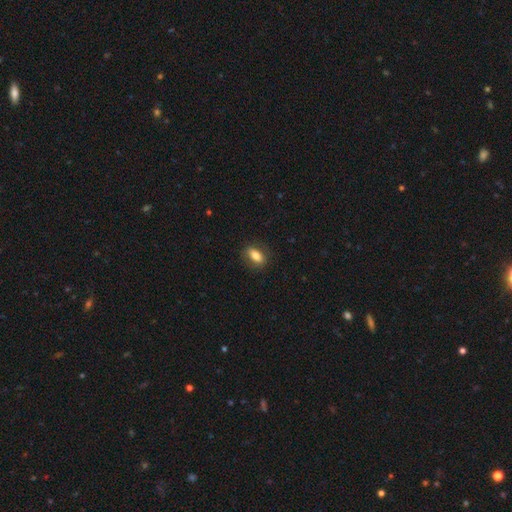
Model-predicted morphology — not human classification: smooth-or-featured: smooth: 77% | featured or disk: 16% | star or artifact: 8%
  how-rounded: in between: 83% | round: 9% | cigar-shaped: 8%
  merging: none: 82% | minor disturbance: 13% | major disturbance: 4% | merger: 1%